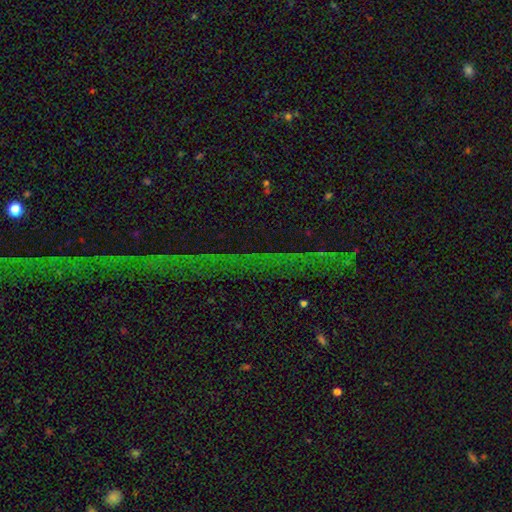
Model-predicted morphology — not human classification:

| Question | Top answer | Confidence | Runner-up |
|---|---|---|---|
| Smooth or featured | star or artifact | 82% | featured or disk (10%) |